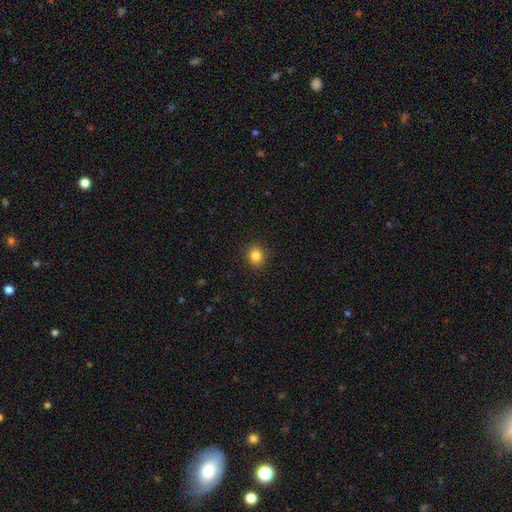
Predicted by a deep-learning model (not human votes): smooth_or_featured: smooth (p=0.83) [alt: star or artifact p=0.12]
how_rounded: round (p=0.81) [alt: in between p=0.18]
merging: none (p=0.91) [alt: minor disturbance p=0.06]